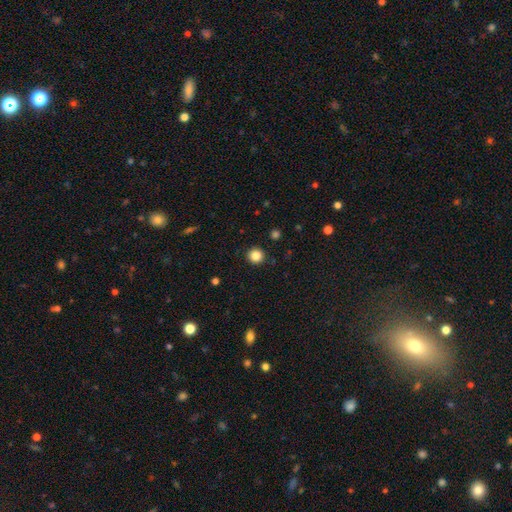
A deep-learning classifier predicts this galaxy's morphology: type=smooth (85%); roundness=round (95%); merging=none (92%).